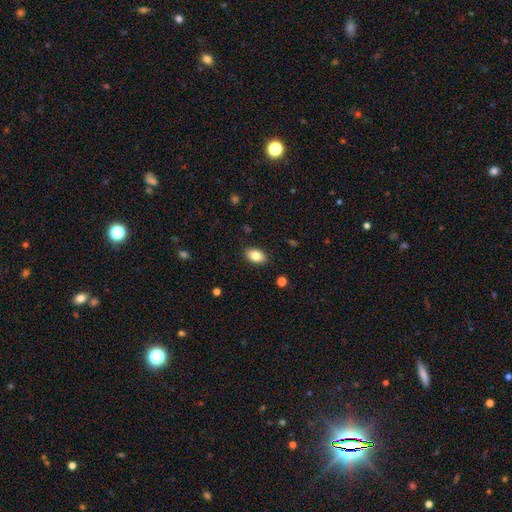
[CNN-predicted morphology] A smooth galaxy with no disk features (83%) that is in between round and cigar-shaped (90%). Merging: none (88%).